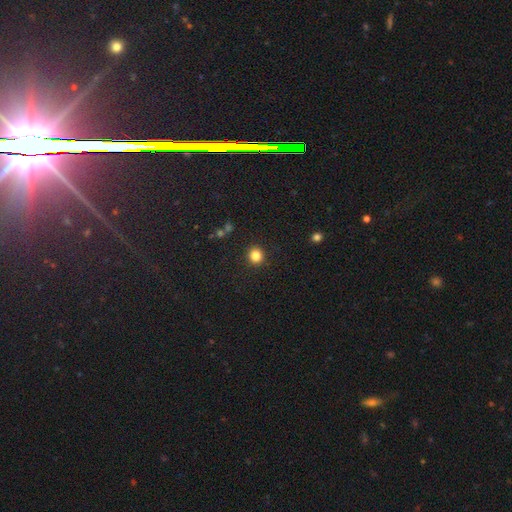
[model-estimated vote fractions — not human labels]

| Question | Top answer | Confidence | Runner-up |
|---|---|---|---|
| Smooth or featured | smooth | 84% | star or artifact (12%) |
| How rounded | round | 88% | in between (11%) |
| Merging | none | 91% | minor disturbance (6%) |